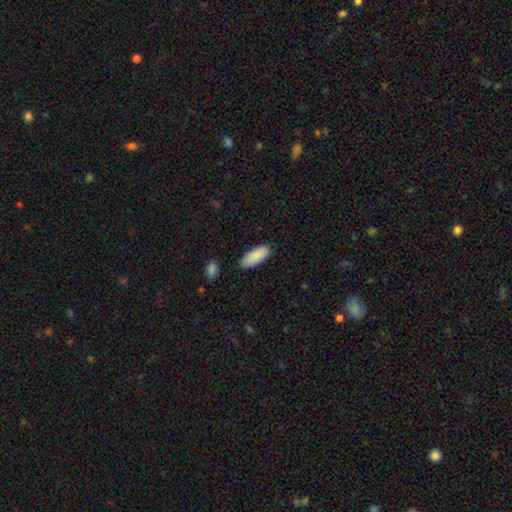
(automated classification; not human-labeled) smooth_or_featured: smooth (p=0.89) [alt: star or artifact p=0.06]
how_rounded: in between (p=0.79) [alt: cigar-shaped p=0.20]
merging: none (p=0.85) [alt: minor disturbance p=0.11]